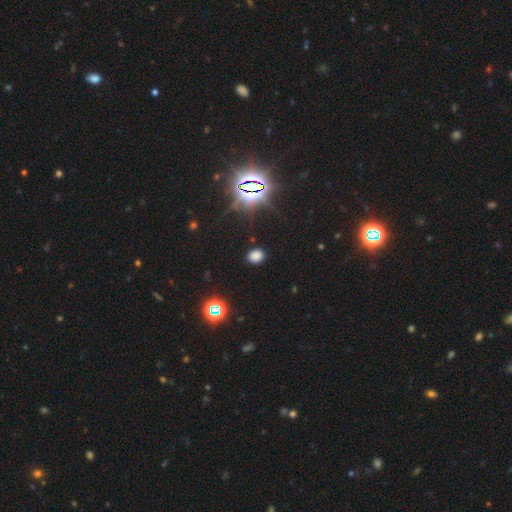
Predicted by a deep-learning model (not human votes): This appears to be a smooth galaxy with no disk features (70%) that is in between round and cigar-shaped (58%). Merging: none (87%).